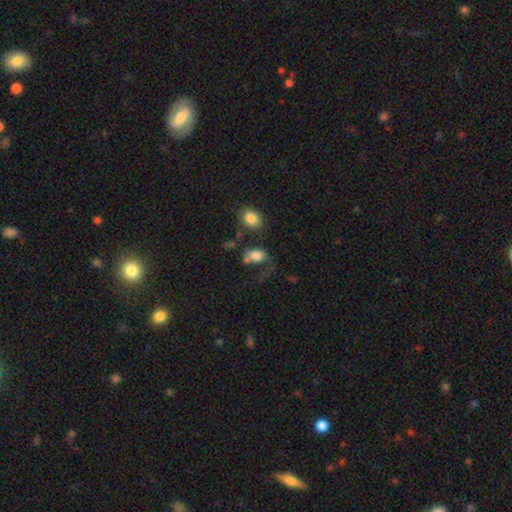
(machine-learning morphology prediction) type=smooth (74%); roundness=in between (72%); merging=major disturbance (37%).